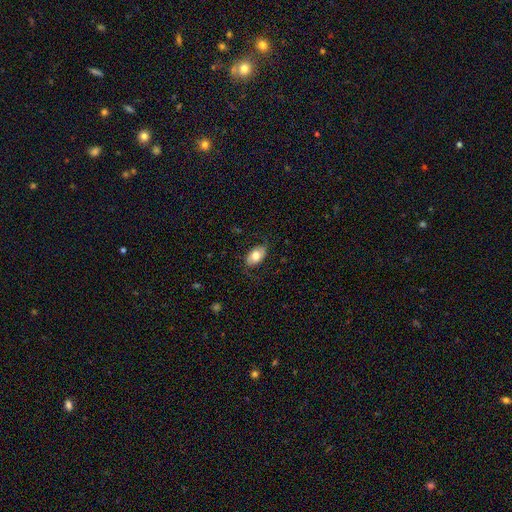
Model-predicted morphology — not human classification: Smooth or featured?
  - smooth: 69% *
  - featured or disk: 24%
  - star or artifact: 7%
How rounded?
  - in between: 91% *
  - round: 7%
  - cigar-shaped: 2%
Merging?
  - none: 75% *
  - minor disturbance: 17%
  - major disturbance: 6%
  - merger: 1%